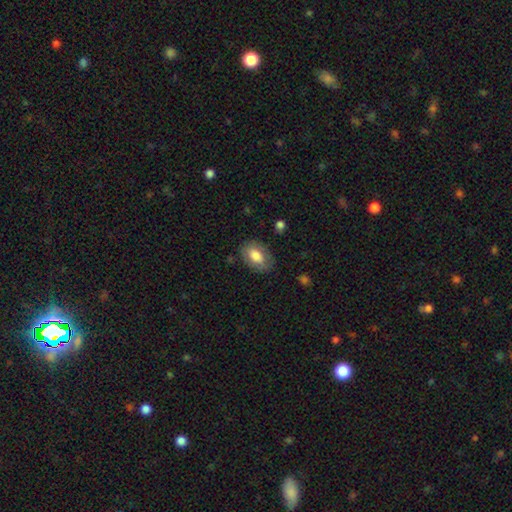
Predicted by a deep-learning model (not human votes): Smooth or featured? Predicted: smooth (p=0.76). How rounded? Predicted: in between (p=0.89). Merging? Predicted: none (p=0.78).